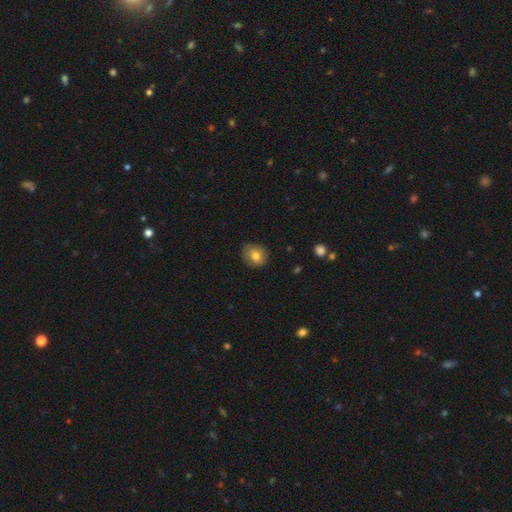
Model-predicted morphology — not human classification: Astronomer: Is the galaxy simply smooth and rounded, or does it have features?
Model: smooth — 76%.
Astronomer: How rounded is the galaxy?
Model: round — 77%.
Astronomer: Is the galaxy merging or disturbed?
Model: none — 81%.